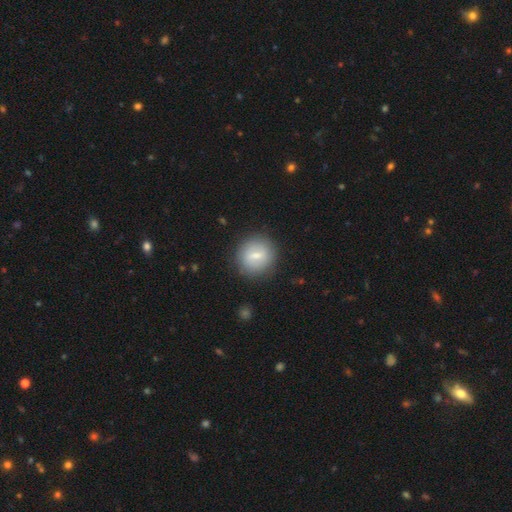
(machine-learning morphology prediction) The model was most divided on "smooth or featured": smooth: 61%, featured or disk: 31%, star or artifact: 7%. More confident: merging — none (83%); how rounded — round (83%).